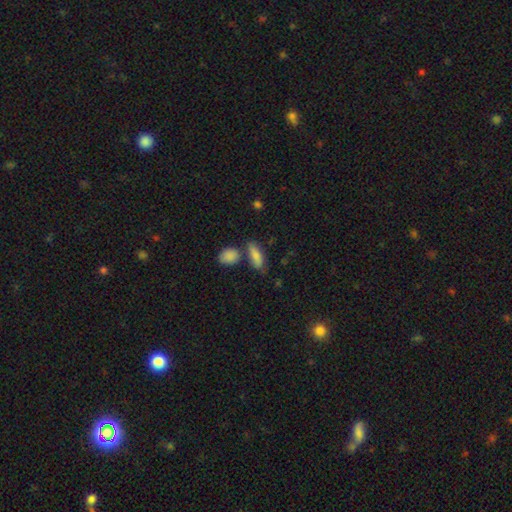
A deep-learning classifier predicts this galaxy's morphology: A smooth galaxy with no disk features (79%) that is in between round and cigar-shaped (64%). Merging: none (65%).